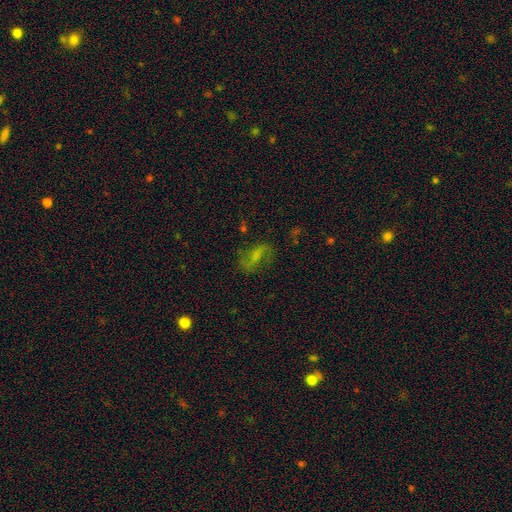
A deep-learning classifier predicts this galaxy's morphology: featured or disk 51%, smooth 33%, star or artifact 16%. Down the decision tree: edge-on disk — no (94%); merging — none (64%).